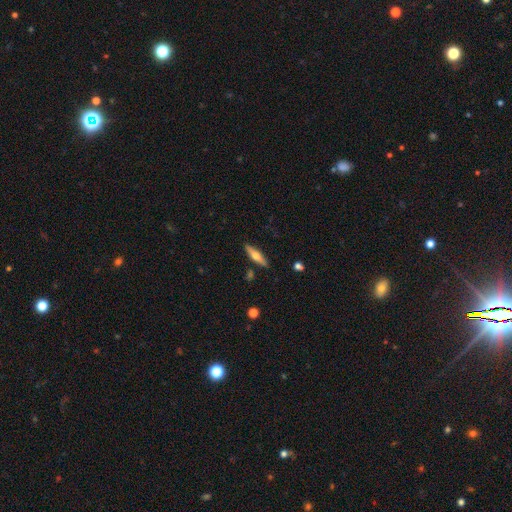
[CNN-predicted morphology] Smooth or featured? featured or disk (51%)
Edge-on disk? yes (93%)
Merging? none (87%)